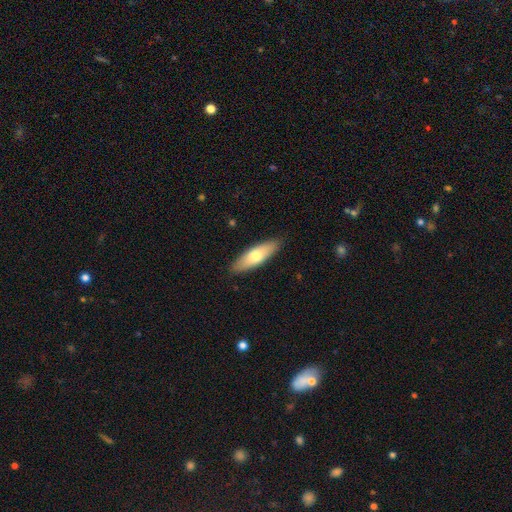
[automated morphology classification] smooth-or-featured: smooth: 66% | featured or disk: 29% | star or artifact: 5%
  how-rounded: in between: 52% | cigar-shaped: 46% | round: 2%
  merging: none: 88% | minor disturbance: 9% | major disturbance: 2% | merger: 1%